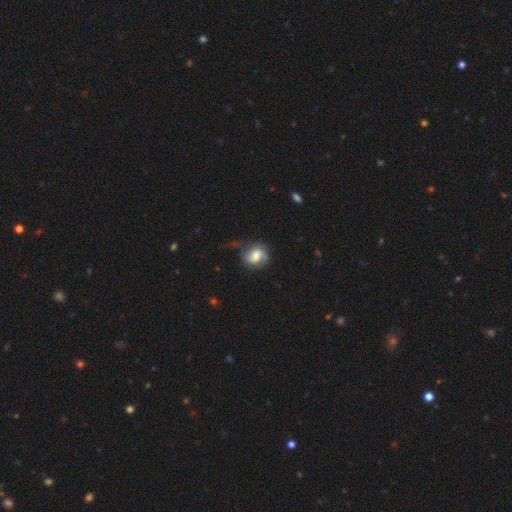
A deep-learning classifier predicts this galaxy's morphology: smooth 58%, featured or disk 34%, star or artifact 9%. Down the decision tree: how rounded — in between (52%); merging — none (44%).